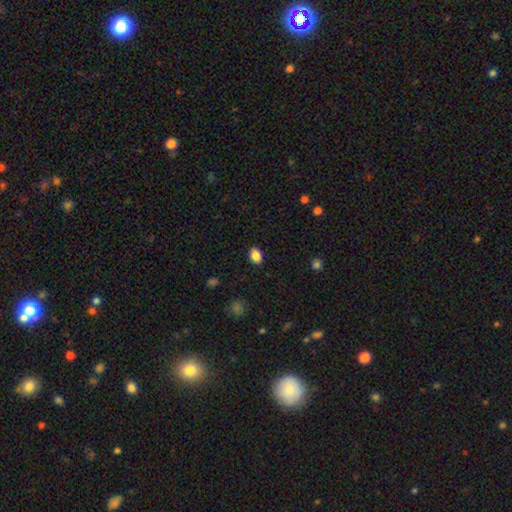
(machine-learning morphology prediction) Smooth or featured?
  - smooth: 87% *
  - star or artifact: 9%
  - featured or disk: 4%
How rounded?
  - in between: 76% *
  - round: 23%
  - cigar-shaped: 1%
Merging?
  - none: 88% *
  - minor disturbance: 9%
  - major disturbance: 2%
  - merger: 1%